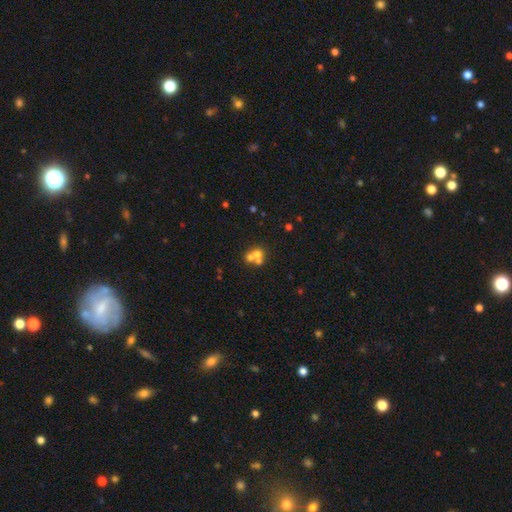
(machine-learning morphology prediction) smooth-or-featured: smooth: 56% | featured or disk: 28% | star or artifact: 16%
  how-rounded: round: 75% | in between: 24% | cigar-shaped: 1%
  merging: merger: 58% | none: 32% | minor disturbance: 6% | major disturbance: 4%